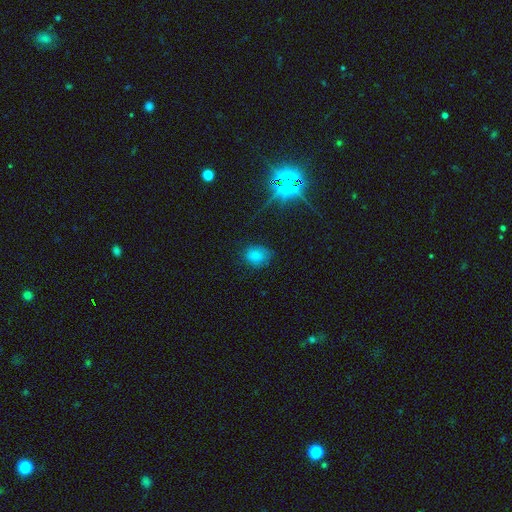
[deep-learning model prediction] The model was most divided on "how rounded": round: 50%, in between: 49%, cigar-shaped: 1%. More confident: smooth or featured — smooth (75%); merging — none (73%).